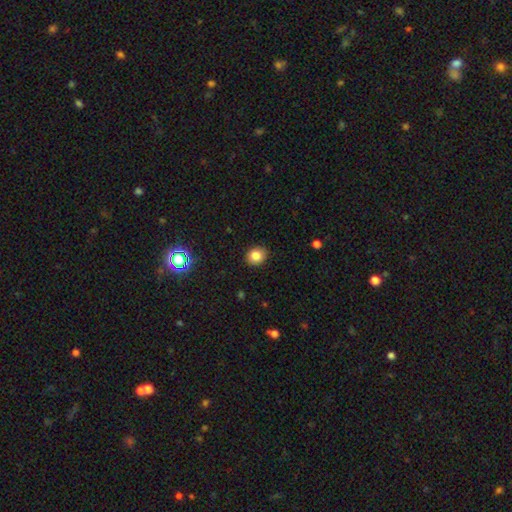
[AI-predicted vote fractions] Smooth or featured? smooth (83%)
How rounded? round (76%)
Merging? none (90%)